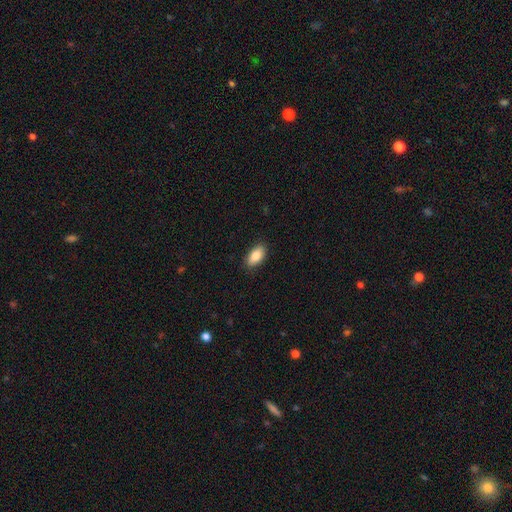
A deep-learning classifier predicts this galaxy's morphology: Q: Smooth or featured?
A: smooth (85%); runner-up: featured or disk (8%)
Q: How rounded?
A: in between (92%); runner-up: cigar-shaped (4%)
Q: Merging?
A: none (88%); runner-up: minor disturbance (9%)